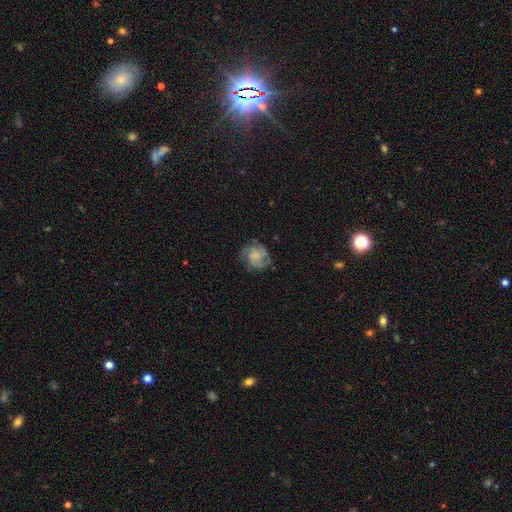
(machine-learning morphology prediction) Smooth or featured?
  - featured or disk: 62% *
  - smooth: 30%
  - star or artifact: 8%
Edge-on disk?
  - no: 98% *
  - yes: 2%
Bar?
  - no: 70% *
  - weak: 26%
  - strong: 4%
Spiral arms?
  - yes: 88% *
  - no: 12%
Spiral winding?
  - medium: 44% *
  - tight: 40%
  - loose: 15%
Spiral arm count?
  - 3: 36% *
  - 2: 23%
  - can't tell: 23%
  - 4: 8%
  - 1: 5%
  - more than 4: 4%
Bulge size?
  - small: 34% *
  - moderate: 31%
  - none: 24%
  - large: 9%
  - dominant: 2%
Merging?
  - none: 67% *
  - minor disturbance: 21%
  - major disturbance: 11%
  - merger: 1%